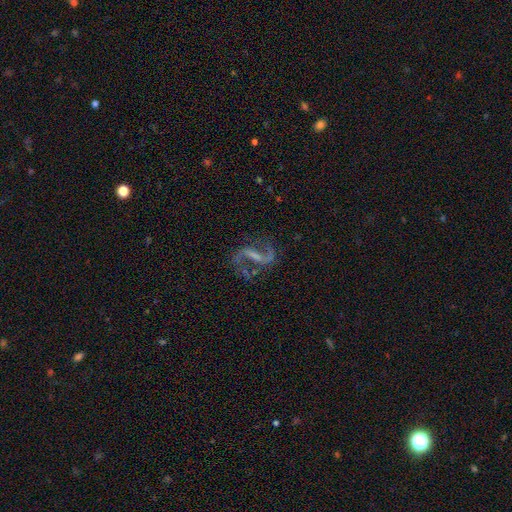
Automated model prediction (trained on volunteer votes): This appears to be a featured or disk galaxy (90%) with a strong bar (48%), 2 (93%) loose (70%) spiral arms (97%) and no central bulge (47%). Merging: none (74%).